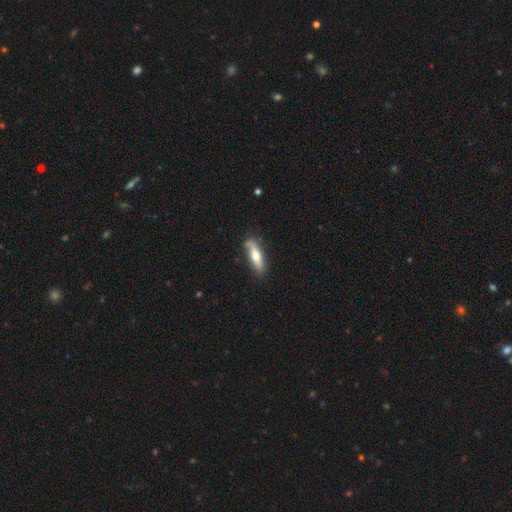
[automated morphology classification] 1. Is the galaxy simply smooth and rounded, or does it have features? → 58% smooth, 37% featured or disk, 6% star or artifact.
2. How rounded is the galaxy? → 63% cigar-shaped, 35% in between, 2% round.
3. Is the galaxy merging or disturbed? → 77% none, 17% minor disturbance, 3% major disturbance, 3% merger.